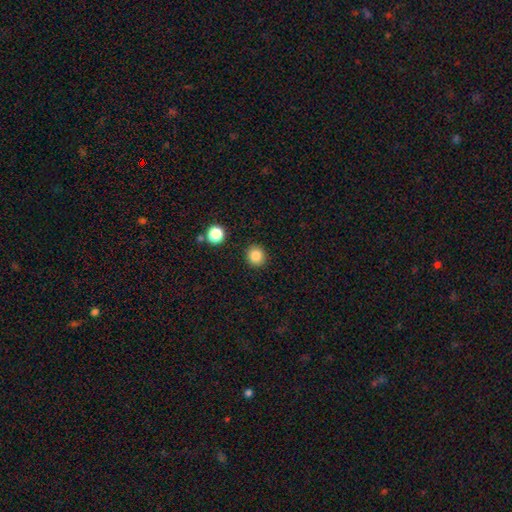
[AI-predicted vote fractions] Smooth or featured? smooth (85%)
How rounded? round (88%)
Merging? none (91%)